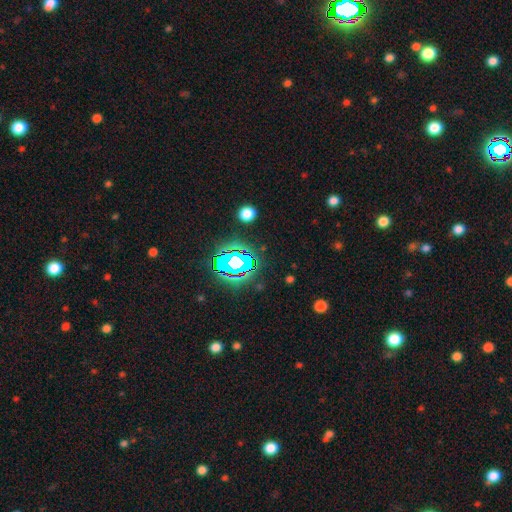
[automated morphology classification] Overall: star or artifact (82%).